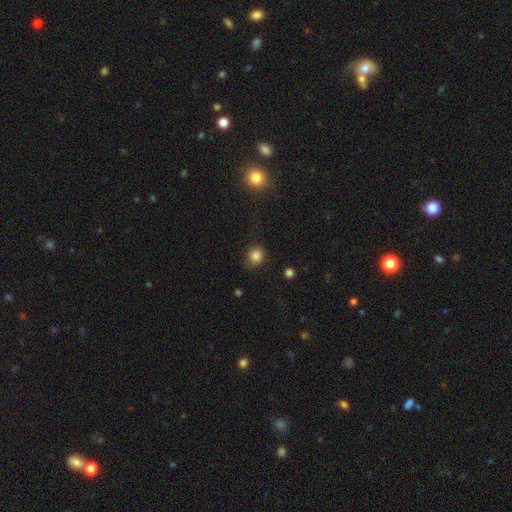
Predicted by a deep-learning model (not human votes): smooth_or_featured: smooth (p=0.84) [alt: star or artifact p=0.11]
how_rounded: round (p=0.85) [alt: in between p=0.15]
merging: none (p=0.80) [alt: minor disturbance p=0.14]